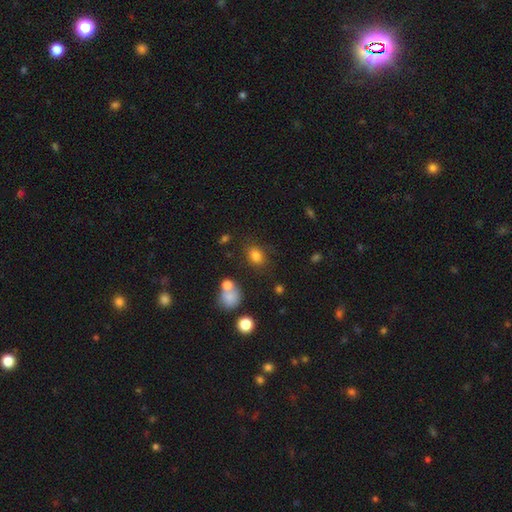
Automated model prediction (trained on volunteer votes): Overall: smooth (80%). How rounded: in between (58%; round 41%). Merging: none (76%).